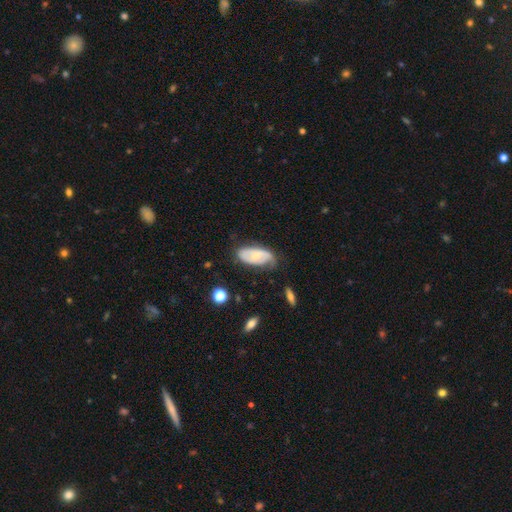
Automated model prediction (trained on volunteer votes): smooth-or-featured: featured or disk: 55% | smooth: 39% | star or artifact: 6%
  disk-edge-on: no: 91% | yes: 9%
    bar: no: 71% | weak: 23% | strong: 6%
    has-spiral-arms: yes: 73% | no: 27%
    bulge-size: small: 53% | moderate: 42% | large: 2% | none: 2% | dominant: 1%
  merging: none: 57% | minor disturbance: 31% | major disturbance: 10% | merger: 2%